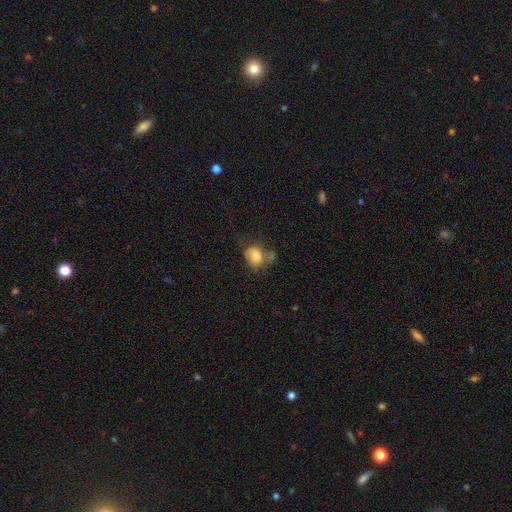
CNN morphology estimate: Smooth or featured: smooth — 73% (featured or disk — 18%)
How rounded: in between — 53% (round — 46%)
Merging: none — 39% (minor disturbance — 28%)